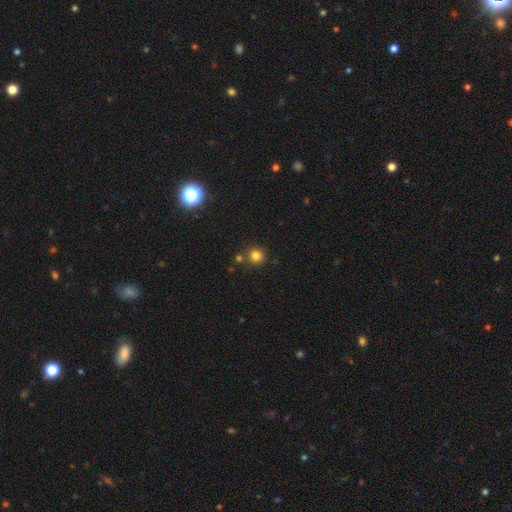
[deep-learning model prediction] Overall: smooth (81%). How rounded: round (91%). Merging: none (78%).